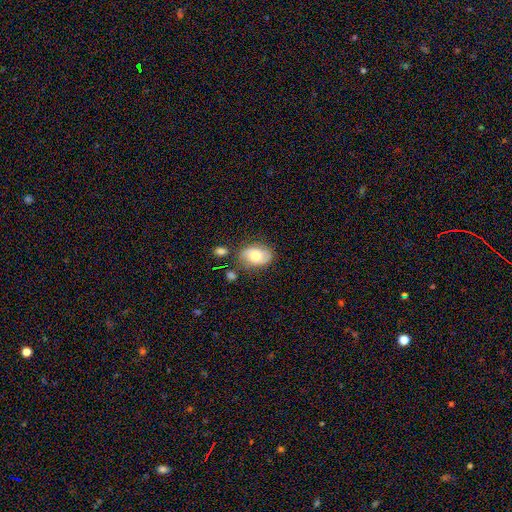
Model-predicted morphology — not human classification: smooth_or_featured: smooth (p=0.58) [alt: featured or disk p=0.34]
how_rounded: in between (p=0.85) [alt: round p=0.14]
merging: none (p=0.67) [alt: minor disturbance p=0.21]